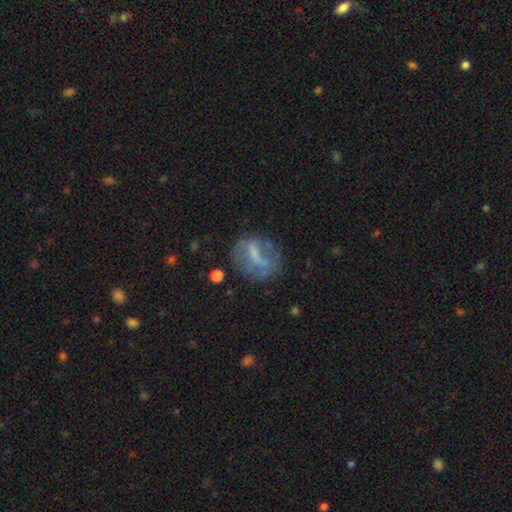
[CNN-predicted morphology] Smooth or featured: featured or disk — 56% (smooth — 34%)
Edge-on disk: no — 95% (yes — 5%)
Bar: weak — 38% (strong — 37%)
Spiral arms: yes — 52% (no — 48%)
Bulge size: none — 49% (small — 26%)
Merging: none — 55% (minor disturbance — 22%)